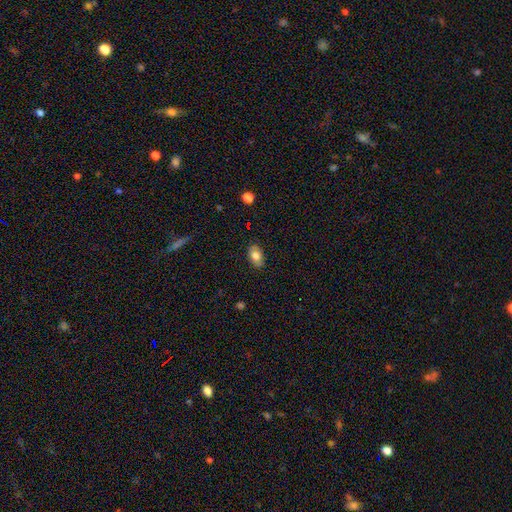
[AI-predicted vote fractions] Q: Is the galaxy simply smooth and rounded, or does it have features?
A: smooth — 75%.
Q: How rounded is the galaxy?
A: in between — 89%.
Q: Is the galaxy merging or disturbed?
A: none — 84%.